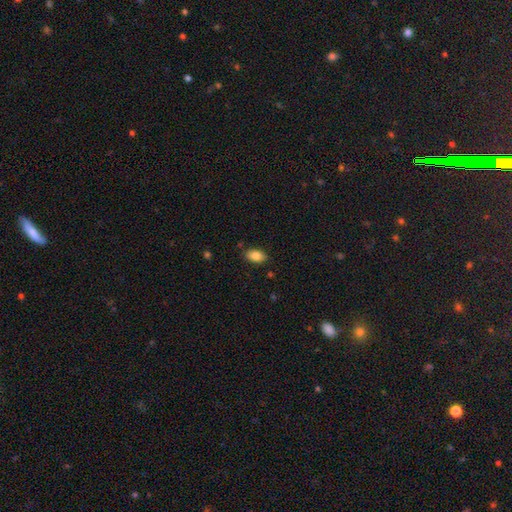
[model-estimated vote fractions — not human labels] This is clearly a smooth galaxy (84%). How rounded: clearly in between (91%). Merging: clearly none (85%).